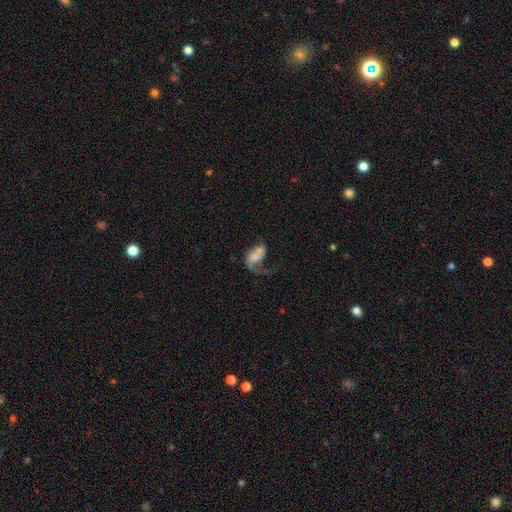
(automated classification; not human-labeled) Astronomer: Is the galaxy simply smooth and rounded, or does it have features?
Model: featured or disk — 54% (runner-up: smooth, 36%).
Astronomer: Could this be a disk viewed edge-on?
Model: no — 97%.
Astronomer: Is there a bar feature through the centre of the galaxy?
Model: no — 74%.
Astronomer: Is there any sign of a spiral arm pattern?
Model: yes — 64%.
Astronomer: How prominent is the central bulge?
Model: none — 35% (runner-up: small, 25%).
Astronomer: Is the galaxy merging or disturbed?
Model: major disturbance — 40% (runner-up: merger, 28%).